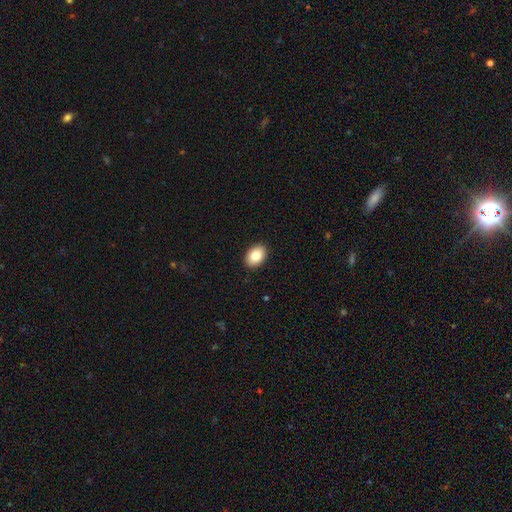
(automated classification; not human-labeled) A smooth galaxy with no disk features (82%) that is in between round and cigar-shaped (82%).

Vote fractions:
- Smooth or featured? smooth: 82% / featured or disk: 10% / star or artifact: 8%
- How rounded? in between: 82% / round: 17% / cigar-shaped: 1%
- Merging? none: 91% / minor disturbance: 7% / major disturbance: 2% / merger: 1%